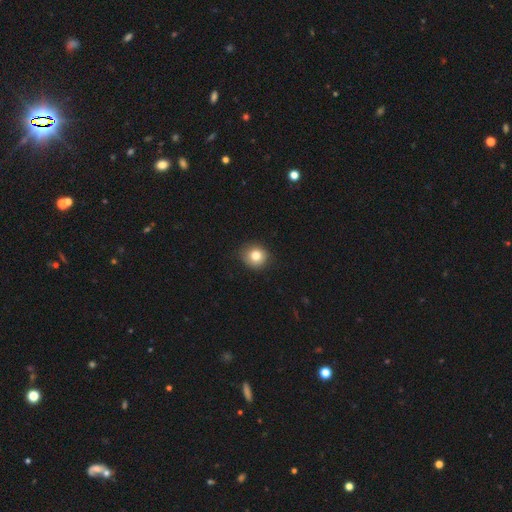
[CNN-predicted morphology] smooth 80%, star or artifact 11%, featured or disk 9%. Down the decision tree: how rounded — round (85%); merging — none (85%).